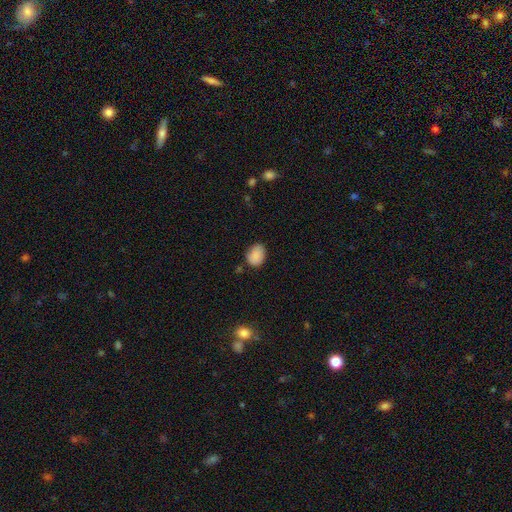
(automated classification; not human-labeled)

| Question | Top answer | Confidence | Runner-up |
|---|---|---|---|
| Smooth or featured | smooth | 86% | star or artifact (8%) |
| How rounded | in between | 61% | round (38%) |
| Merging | none | 71% | minor disturbance (23%) |